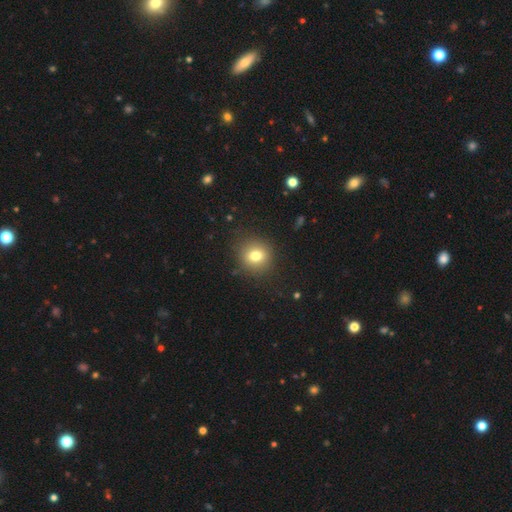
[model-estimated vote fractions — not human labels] smooth-or-featured: smooth: 78% | star or artifact: 12% | featured or disk: 10%
  how-rounded: round: 85% | in between: 14% | cigar-shaped: 1%
  merging: none: 88% | minor disturbance: 8% | major disturbance: 3% | merger: 1%